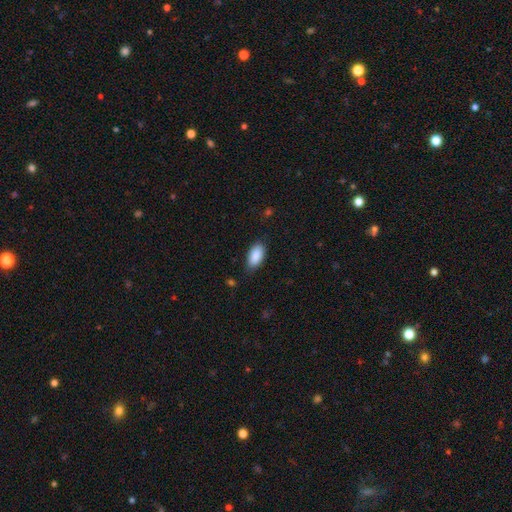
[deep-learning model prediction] smooth 90%, star or artifact 6%, featured or disk 4%. Down the decision tree: how rounded — in between (94%); merging — none (80%).